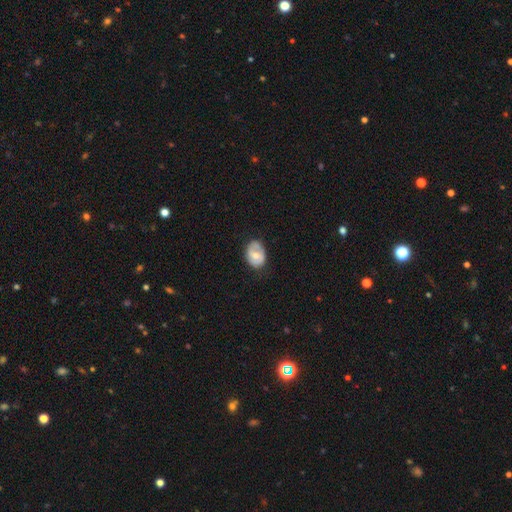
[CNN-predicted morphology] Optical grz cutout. It shows a smooth galaxy with no disk features (56%) that is in between round and cigar-shaped (69%). Merging: none (62%).